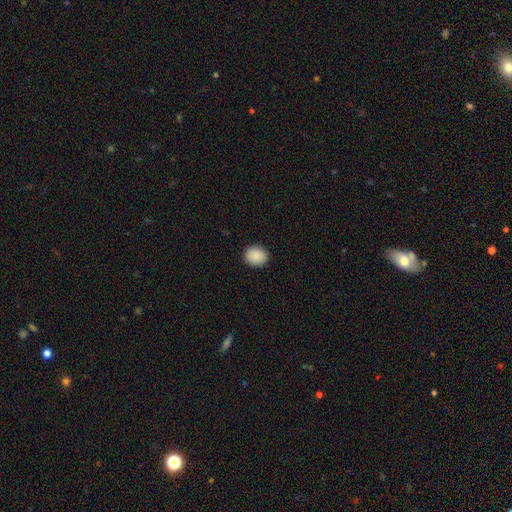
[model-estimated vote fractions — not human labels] Morphology: type=smooth (90%); roundness=round (62%); merging=none (90%).